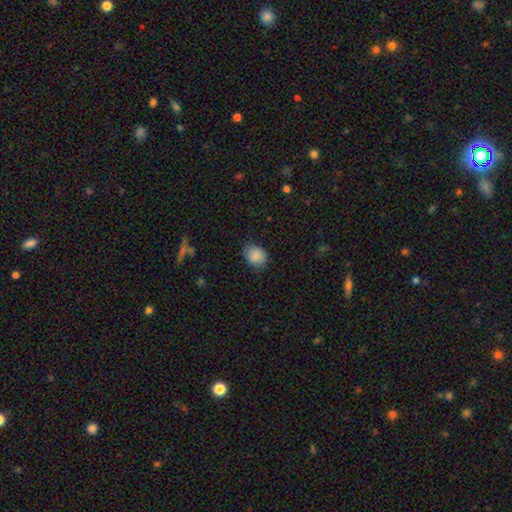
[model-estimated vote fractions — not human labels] Q: Smooth or featured?
A: smooth (88%); runner-up: star or artifact (8%)
Q: How rounded?
A: round (57%); runner-up: in between (42%)
Q: Merging?
A: none (75%); runner-up: minor disturbance (20%)